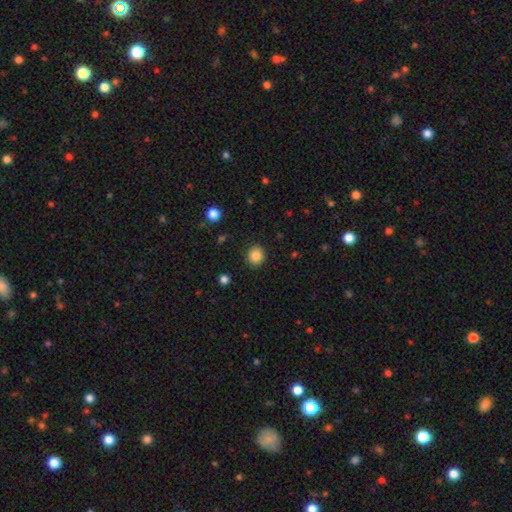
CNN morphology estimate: Overall: smooth (85%). How rounded: round (89%). Merging: none (91%).